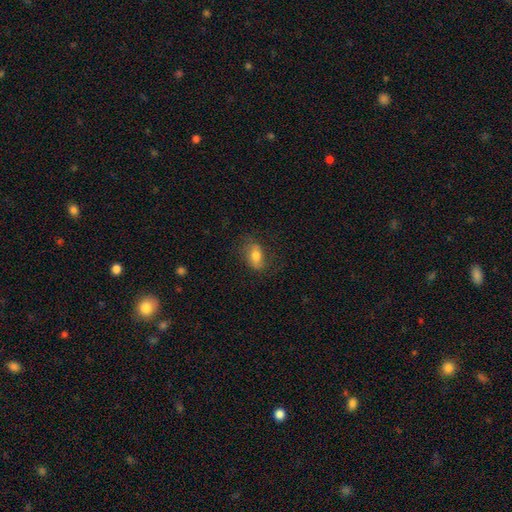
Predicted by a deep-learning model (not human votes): A smooth galaxy with no disk features (72%) that is in between round and cigar-shaped (85%).

Vote fractions:
- Smooth or featured? smooth: 72% / featured or disk: 20% / star or artifact: 8%
- How rounded? in between: 85% / round: 12% / cigar-shaped: 3%
- Merging? none: 71% / minor disturbance: 19% / major disturbance: 8% / merger: 1%